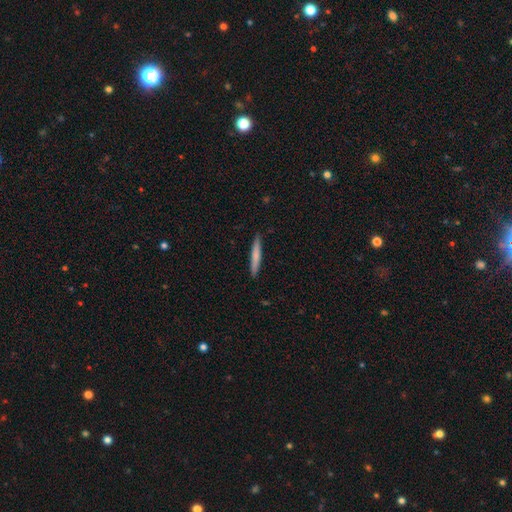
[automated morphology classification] This is likely a smooth galaxy (70%). How rounded: clearly cigar-shaped (95%). Merging: clearly none (90%).